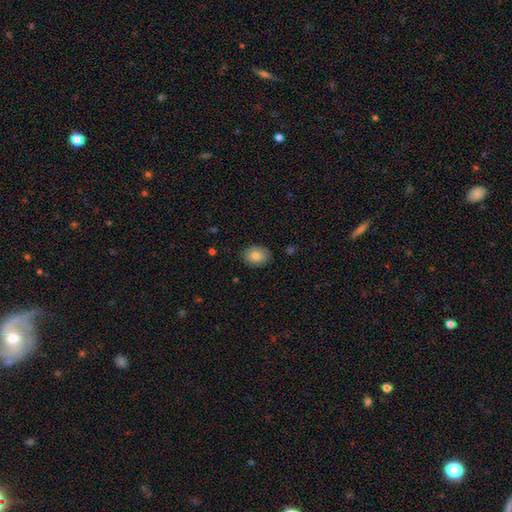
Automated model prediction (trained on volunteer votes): Smooth or featured: smooth — 82% (featured or disk — 11%)
How rounded: in between — 63% (round — 36%)
Merging: none — 87% (minor disturbance — 10%)